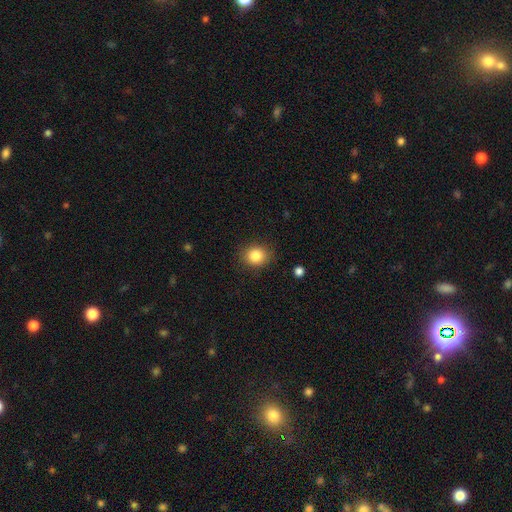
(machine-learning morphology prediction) Q: Smooth or featured?
A: smooth (84%); runner-up: star or artifact (10%)
Q: How rounded?
A: round (69%); runner-up: in between (30%)
Q: Merging?
A: none (87%); runner-up: minor disturbance (10%)